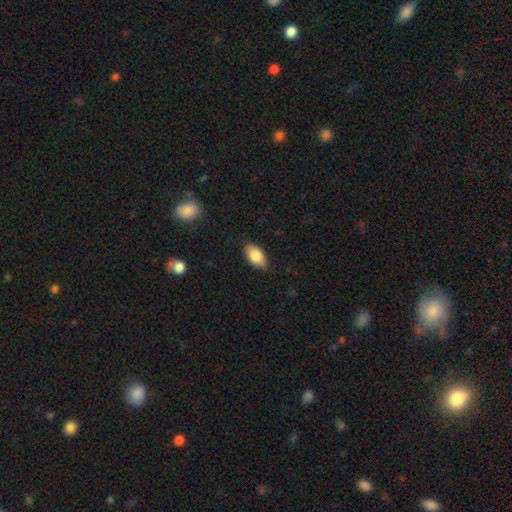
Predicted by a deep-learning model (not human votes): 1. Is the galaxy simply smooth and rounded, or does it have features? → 85% smooth, 8% featured or disk, 7% star or artifact.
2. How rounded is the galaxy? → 93% in between, 3% round, 3% cigar-shaped.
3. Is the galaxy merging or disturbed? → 86% none, 10% minor disturbance, 2% major disturbance, 1% merger.